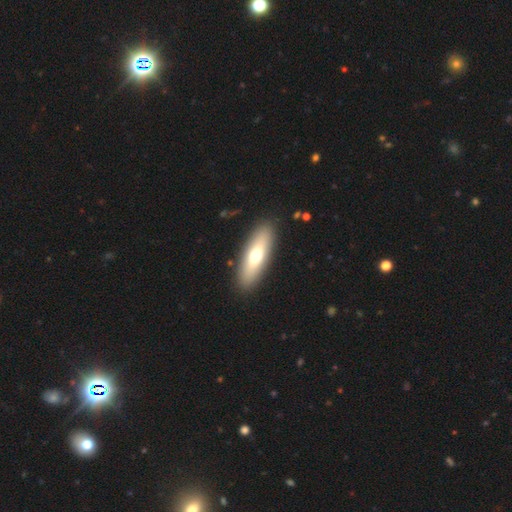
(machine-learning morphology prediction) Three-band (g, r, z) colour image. It shows a smooth galaxy with no disk features (63%) that is in between round and cigar-shaped (54%). Merging: none (89%).